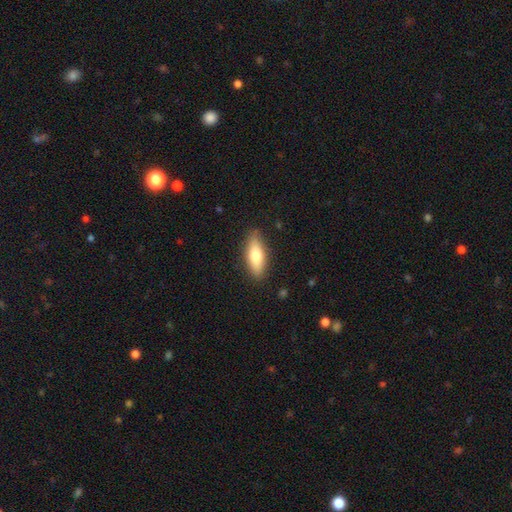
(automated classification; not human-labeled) smooth-or-featured: smooth: 72% | featured or disk: 22% | star or artifact: 6%
  how-rounded: in between: 63% | cigar-shaped: 35% | round: 2%
  merging: none: 86% | minor disturbance: 11% | major disturbance: 2% | merger: 1%